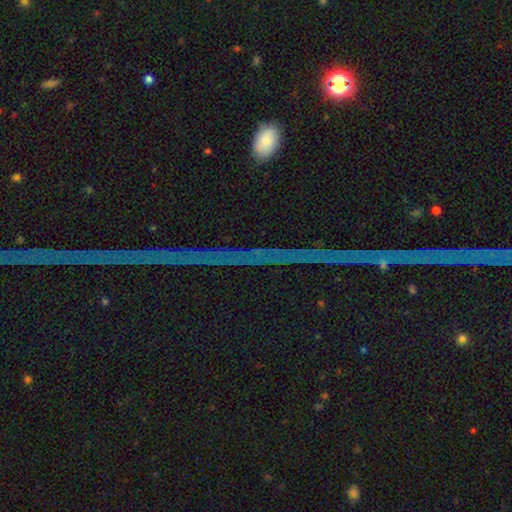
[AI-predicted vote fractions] The model was most divided on "smooth or featured": star or artifact: 84%, featured or disk: 9%, smooth: 7%.